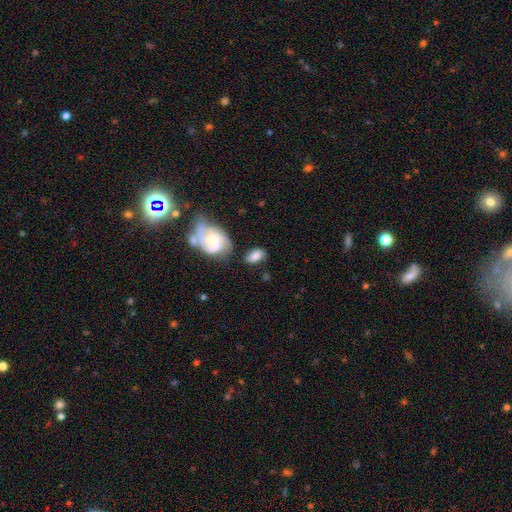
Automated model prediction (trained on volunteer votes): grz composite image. It shows a smooth galaxy with no disk features (67%) that is in between round and cigar-shaped (86%). Merging: none (58%).